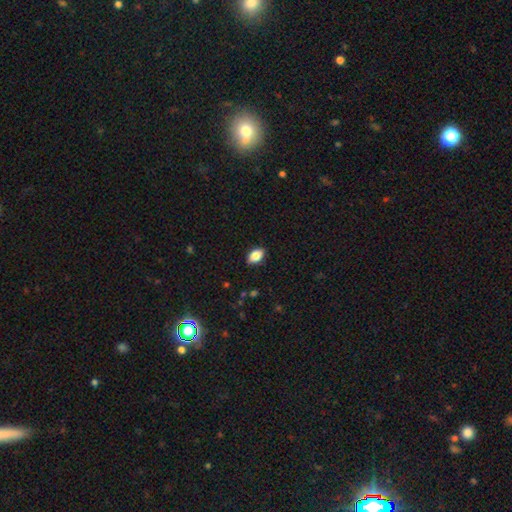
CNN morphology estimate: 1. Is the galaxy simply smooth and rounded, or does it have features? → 85% smooth, 8% star or artifact, 7% featured or disk.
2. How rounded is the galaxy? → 88% in between, 10% round, 2% cigar-shaped.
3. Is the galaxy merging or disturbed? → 88% none, 9% minor disturbance, 2% major disturbance, 1% merger.